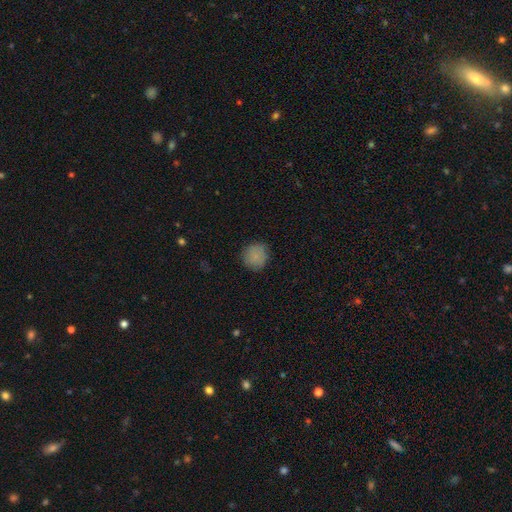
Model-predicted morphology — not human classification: A smooth galaxy with no disk features (82%) that is round (91%). Merging: none (83%).